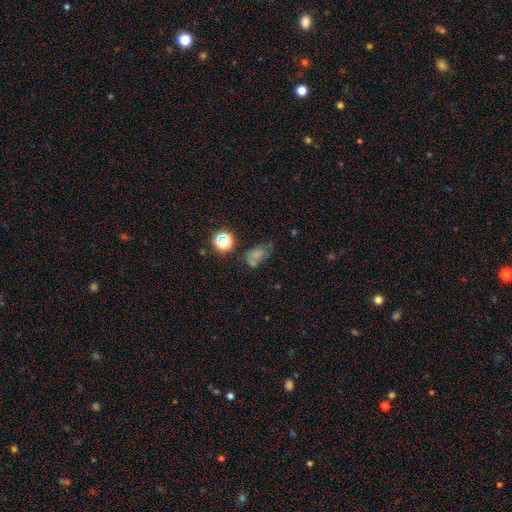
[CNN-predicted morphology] smooth 55%, star or artifact 25%, featured or disk 21%. Down the decision tree: how rounded — in between (75%); merging — none (43%).